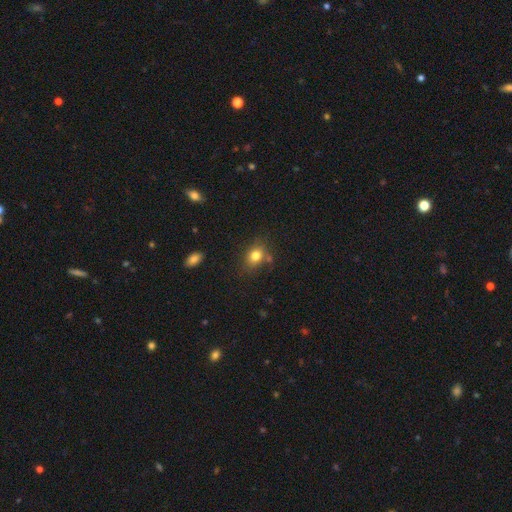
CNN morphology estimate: Smooth or featured? Predicted: smooth (p=0.80). How rounded? Predicted: in between (p=0.55). Merging? Predicted: none (p=0.72).